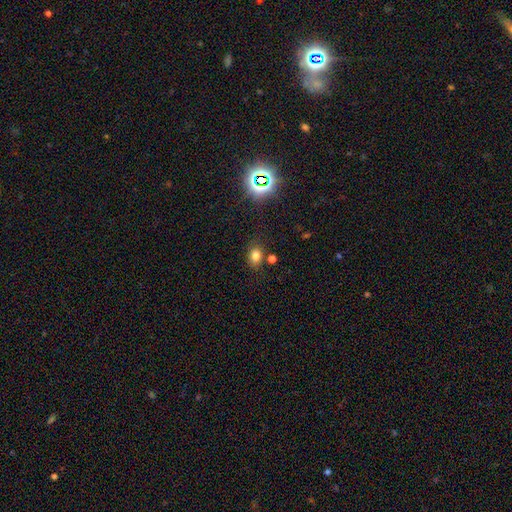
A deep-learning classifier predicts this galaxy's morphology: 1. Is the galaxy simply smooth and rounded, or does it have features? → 76% smooth, 17% star or artifact, 8% featured or disk.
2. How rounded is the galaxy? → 64% in between, 35% round, 1% cigar-shaped.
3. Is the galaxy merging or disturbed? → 76% none, 13% minor disturbance, 7% merger, 4% major disturbance.